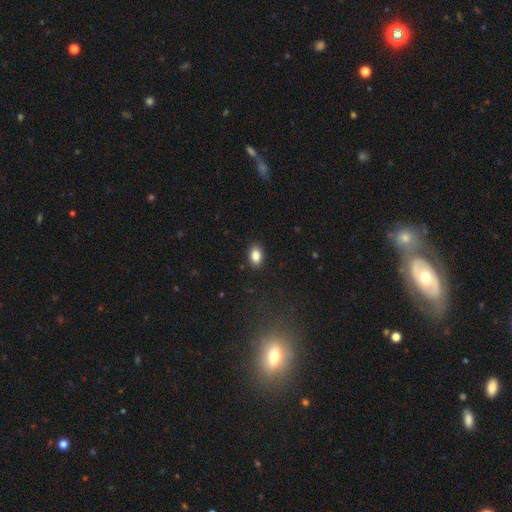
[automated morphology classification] This appears to be a smooth galaxy with no disk features (86%) that is in between round and cigar-shaped (84%). Merging: none (89%).